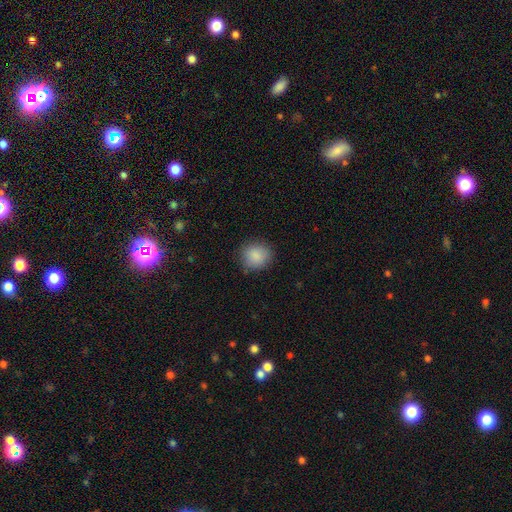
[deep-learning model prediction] smooth 87%, star or artifact 8%, featured or disk 4%. Down the decision tree: how rounded — round (84%); merging — none (85%).